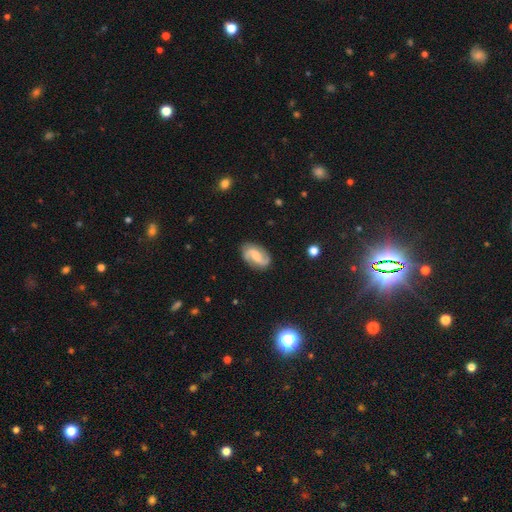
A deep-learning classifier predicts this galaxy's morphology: Smooth or featured? Predicted: featured or disk (p=0.79). Edge-on disk? Predicted: no (p=0.97). Bar? Predicted: weak (p=0.49). Spiral arms? Predicted: yes (p=0.96). Spiral winding? Predicted: medium (p=0.44). Spiral arm count? Predicted: 2 (p=0.90). Bulge size? Predicted: small (p=0.38). Merging? Predicted: none (p=0.82).